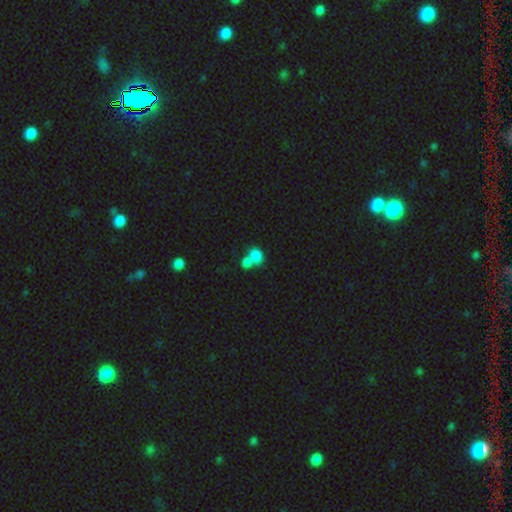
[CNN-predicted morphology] This is clearly a smooth galaxy (80%). How rounded: possibly round (50%). Merging: likely merger (60%).